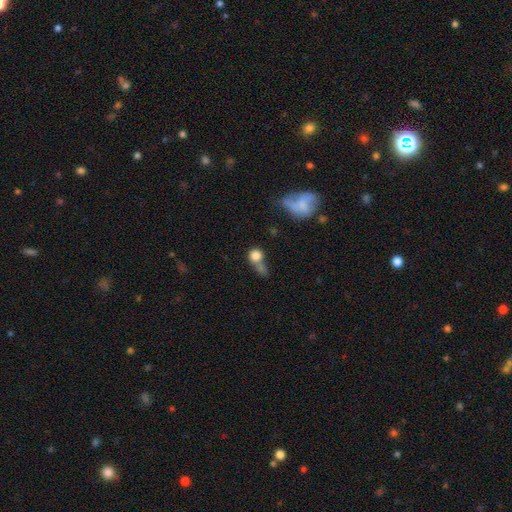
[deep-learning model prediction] Smooth or featured? smooth (78%)
How rounded? round (79%)
Merging? merger (40%)